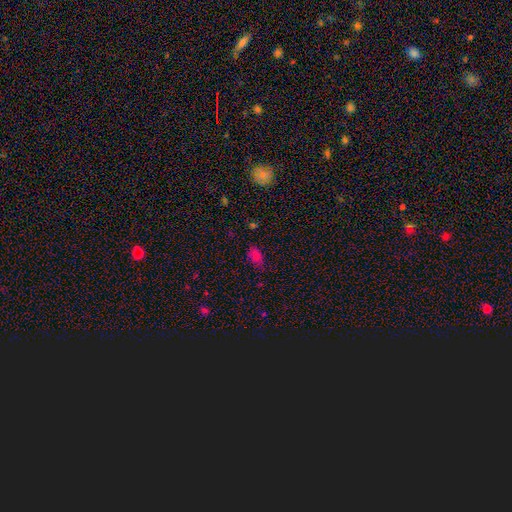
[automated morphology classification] Overall: smooth (69%). How rounded: in between (88%). Merging: none (66%).